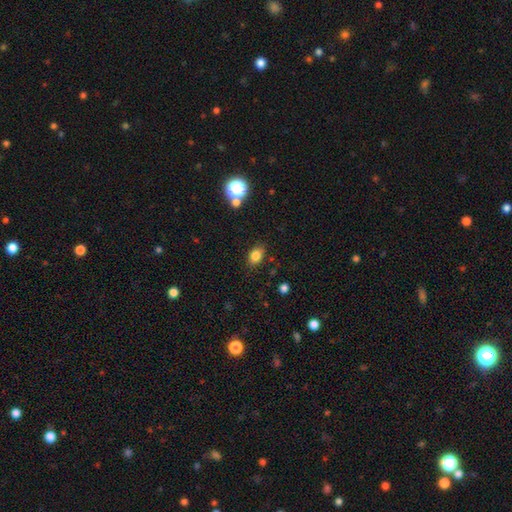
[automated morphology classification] This appears to be a smooth galaxy with no disk features (81%) that is in between round and cigar-shaped (78%). Merging: none (83%).